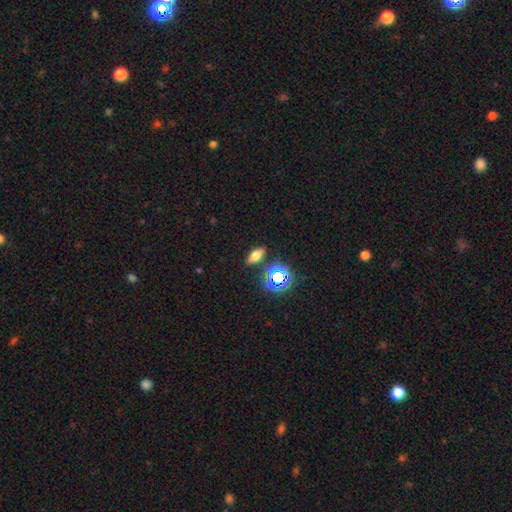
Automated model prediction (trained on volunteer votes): Smooth or featured: smooth — 64% (star or artifact — 22%)
How rounded: in between — 76% (cigar-shaped — 15%)
Merging: none — 85% (minor disturbance — 9%)